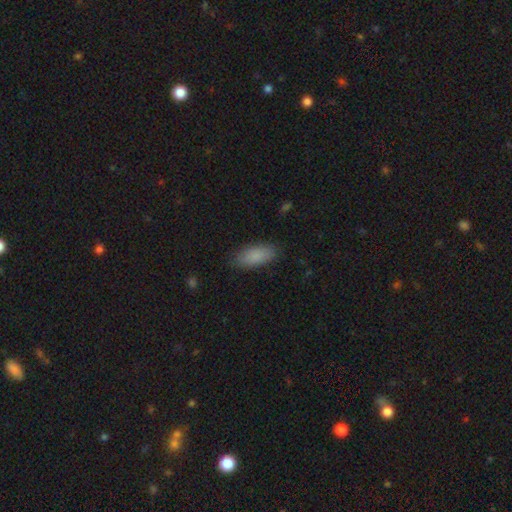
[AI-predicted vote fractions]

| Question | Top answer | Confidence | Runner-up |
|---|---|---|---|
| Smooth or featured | smooth | 88% | star or artifact (6%) |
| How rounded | in between | 83% | cigar-shaped (14%) |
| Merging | none | 85% | minor disturbance (12%) |